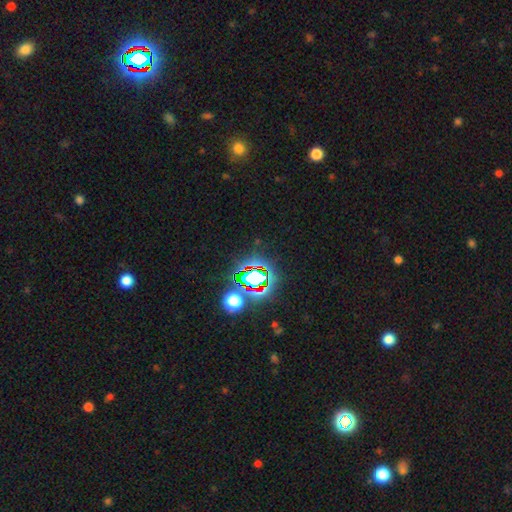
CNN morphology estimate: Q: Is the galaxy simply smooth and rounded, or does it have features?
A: star or artifact — 77%.